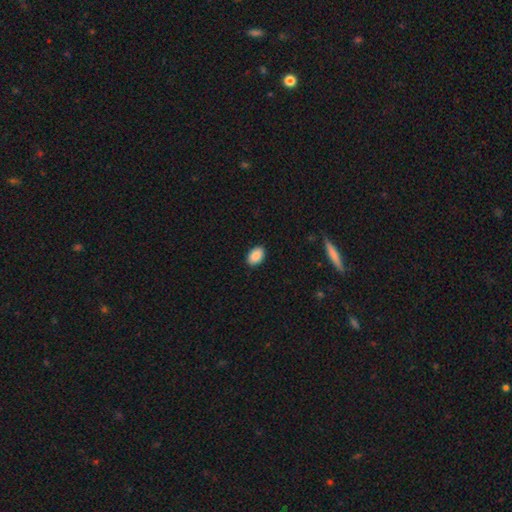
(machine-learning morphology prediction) type=smooth (89%); roundness=in between (89%); merging=none (89%).